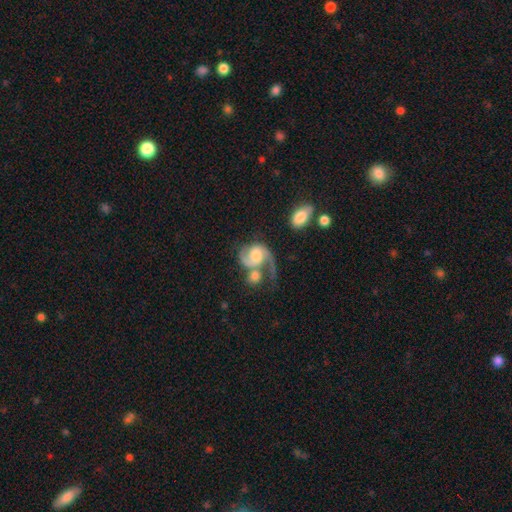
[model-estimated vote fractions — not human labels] Smooth or featured? Predicted: featured or disk (p=0.82). Edge-on disk? Predicted: no (p=0.98). Bar? Predicted: no (p=0.60). Spiral arms? Predicted: yes (p=0.95). Spiral winding? Predicted: medium (p=0.48). Spiral arm count? Predicted: 2 (p=0.73). Bulge size? Predicted: moderate (p=0.43). Merging? Predicted: merger (p=0.36).